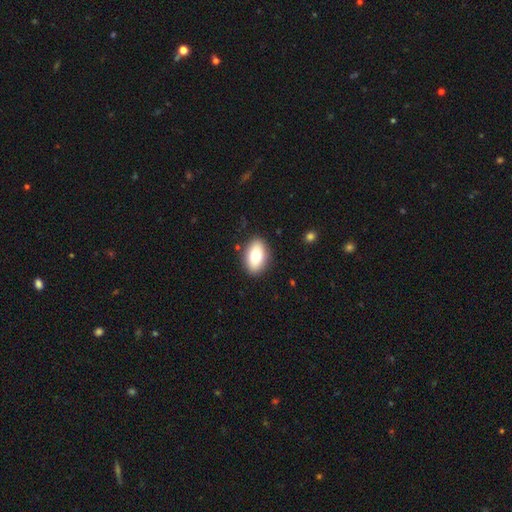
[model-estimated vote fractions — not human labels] A smooth galaxy with no disk features (75%) that is in between round and cigar-shaped (88%). Merging: none (88%).